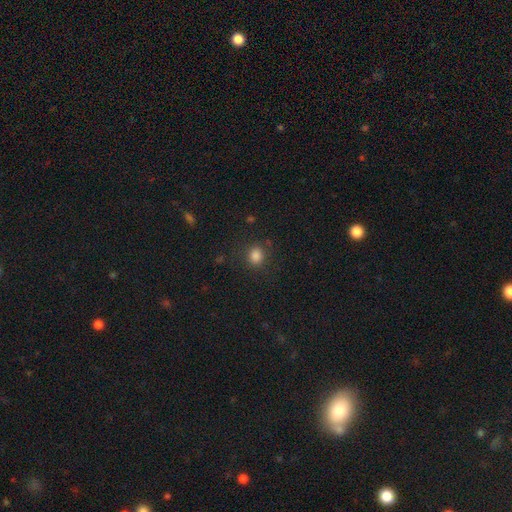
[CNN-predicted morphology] Smooth or featured? Predicted: smooth (p=0.83). How rounded? Predicted: round (p=0.77). Merging? Predicted: none (p=0.82).